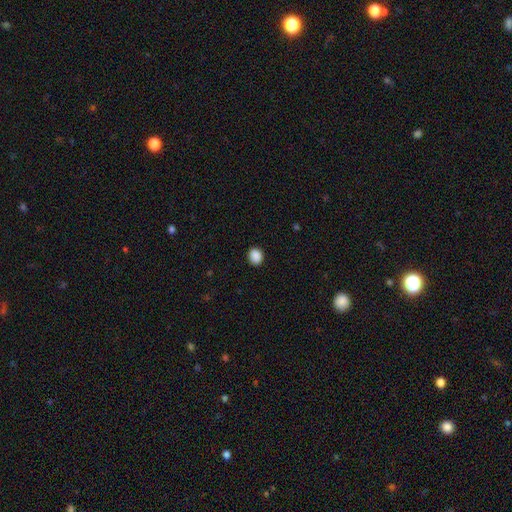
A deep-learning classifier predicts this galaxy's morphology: Smooth or featured? smooth (89%)
How rounded? round (64%)
Merging? none (89%)